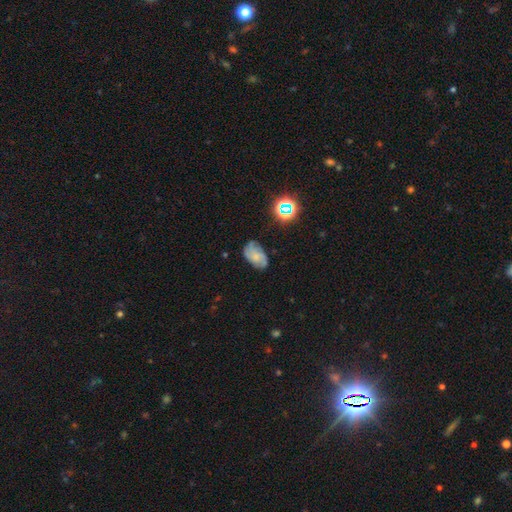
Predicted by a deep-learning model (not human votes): featured or disk 45%, smooth 42%, star or artifact 13%. Down the decision tree: merging — none (63%).